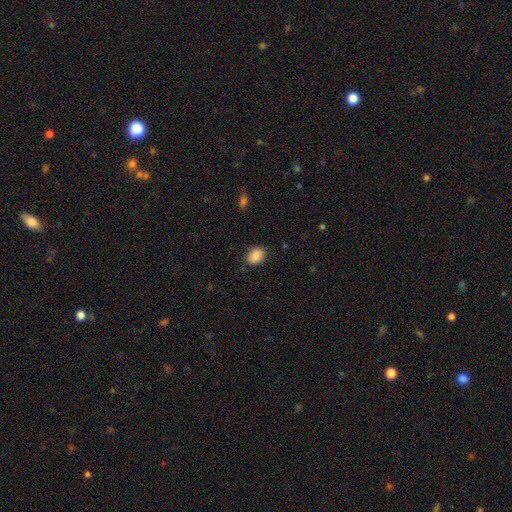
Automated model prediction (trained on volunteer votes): Smooth or featured? Predicted: smooth (p=0.88). How rounded? Predicted: in between (p=0.68). Merging? Predicted: none (p=0.82).